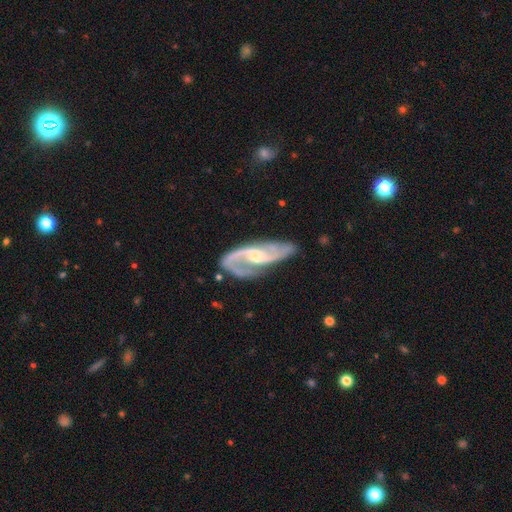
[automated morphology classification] A featured or disk galaxy (91%) with a weak bar (45%), 2 (85%) medium (54%) spiral arms (98%) and a moderate central bulge (58%).

Vote fractions:
- Smooth or featured? featured or disk: 91% / smooth: 5% / star or artifact: 4%
- Edge-on disk? no: 95% / yes: 5%
- Bar? weak: 45% / no: 40% / strong: 14%
- Spiral arms? yes: 98% / no: 2%
- Spiral winding? medium: 54% / loose: 28% / tight: 18%
- Spiral arm count? 2: 85% / 3: 5% / can't tell: 4% / 1: 2% / 4: 2% / more than 4: 2%
- Bulge size? moderate: 58% / small: 34% / large: 4% / none: 2% / dominant: 1%
- Merging? none: 70% / minor disturbance: 19% / major disturbance: 8% / merger: 2%